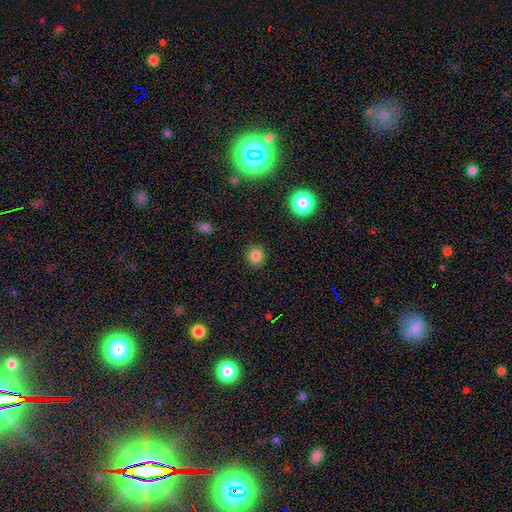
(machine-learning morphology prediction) The model was most divided on "smooth or featured": smooth: 83%, star or artifact: 13%, featured or disk: 4%. More confident: merging — none (90%); how rounded — round (87%).